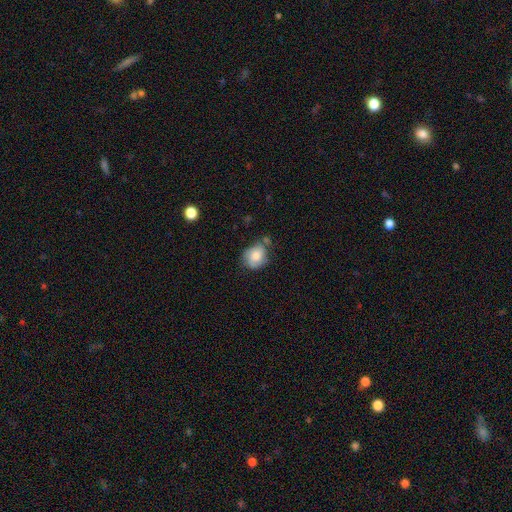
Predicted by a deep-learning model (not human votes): Q: Smooth or featured?
A: smooth (68%); runner-up: featured or disk (24%)
Q: How rounded?
A: round (56%); runner-up: in between (43%)
Q: Merging?
A: none (53%); runner-up: minor disturbance (30%)